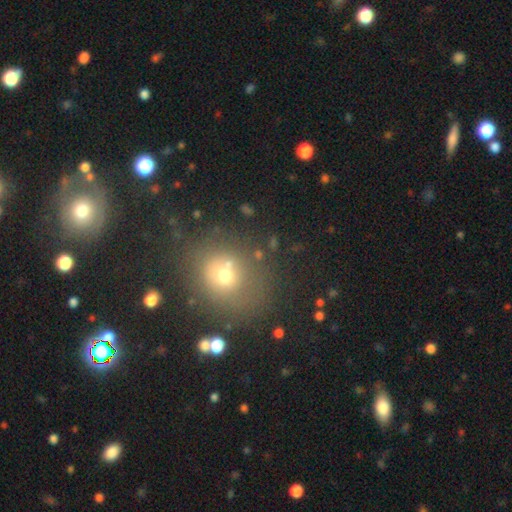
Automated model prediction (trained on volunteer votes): Smooth or featured?
  - smooth: 59% *
  - star or artifact: 27%
  - featured or disk: 14%
How rounded?
  - round: 76% *
  - in between: 23%
  - cigar-shaped: 1%
Merging?
  - none: 68% *
  - minor disturbance: 15%
  - major disturbance: 9%
  - merger: 8%